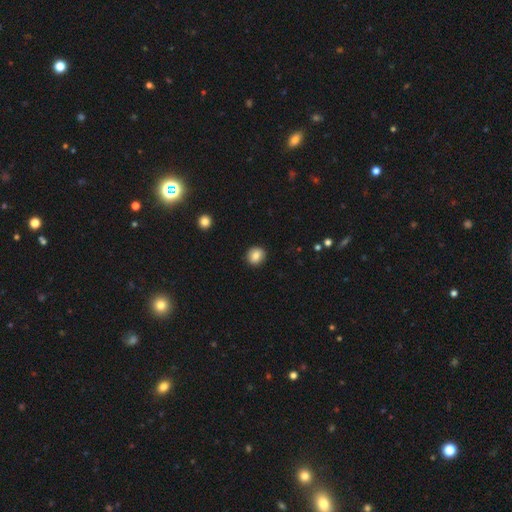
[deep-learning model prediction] A smooth galaxy with no disk features (83%) that is round (78%). Merging: none (90%).